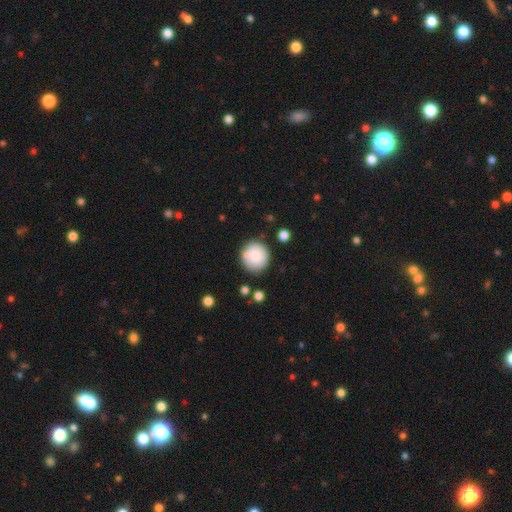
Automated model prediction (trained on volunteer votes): The model was most divided on "merging": none: 77%, minor disturbance: 12%, merger: 7%, major disturbance: 4%. More confident: how rounded — round (92%); smooth or featured — smooth (79%).